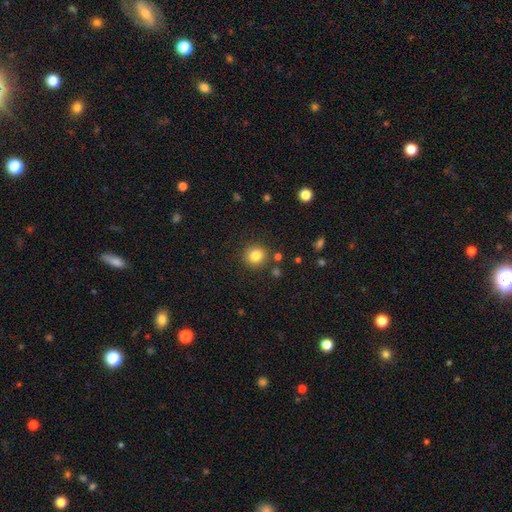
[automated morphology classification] type=smooth (82%); roundness=round (90%); merging=none (87%).